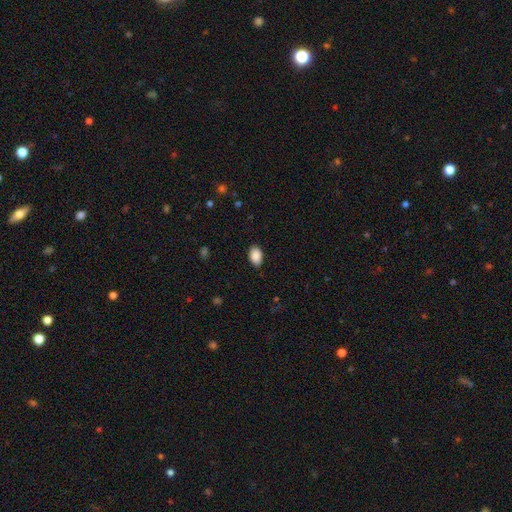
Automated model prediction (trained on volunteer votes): smooth 89%, star or artifact 7%, featured or disk 4%. Down the decision tree: how rounded — in between (89%); merging — none (84%).